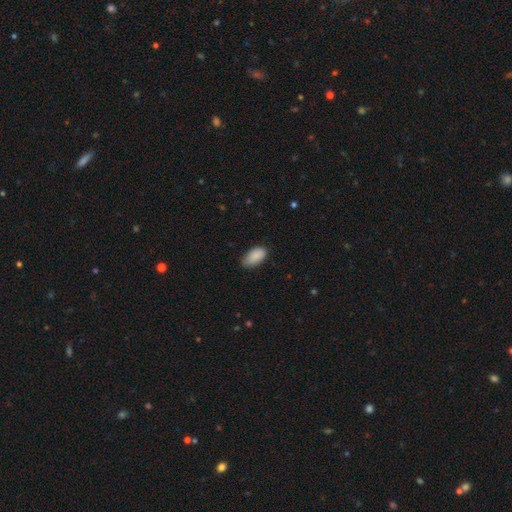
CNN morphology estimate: Q: Smooth or featured?
A: smooth (89%); runner-up: star or artifact (7%)
Q: How rounded?
A: in between (94%); runner-up: cigar-shaped (3%)
Q: Merging?
A: none (73%); runner-up: minor disturbance (23%)